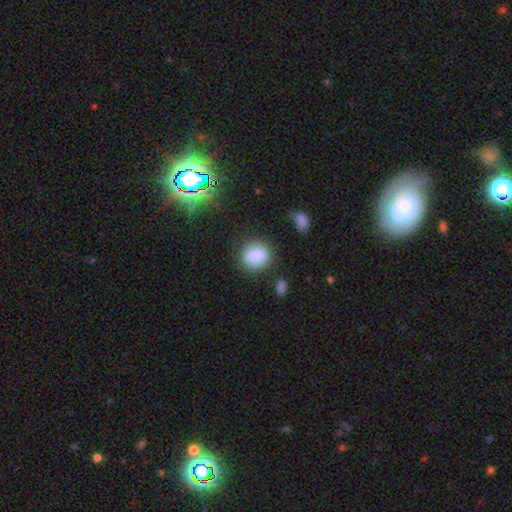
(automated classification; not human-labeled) The model was most divided on "how rounded": round: 78%, in between: 21%, cigar-shaped: 1%. More confident: smooth or featured — smooth (85%); merging — none (77%).